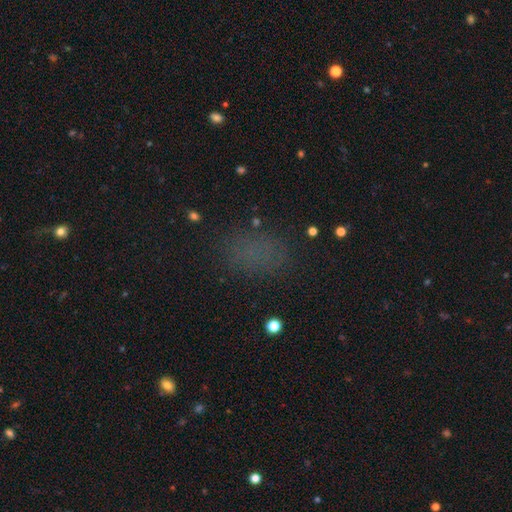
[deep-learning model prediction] Overall: smooth (60%; star or artifact 32%). How rounded: in between (71%). Merging: none (79%).